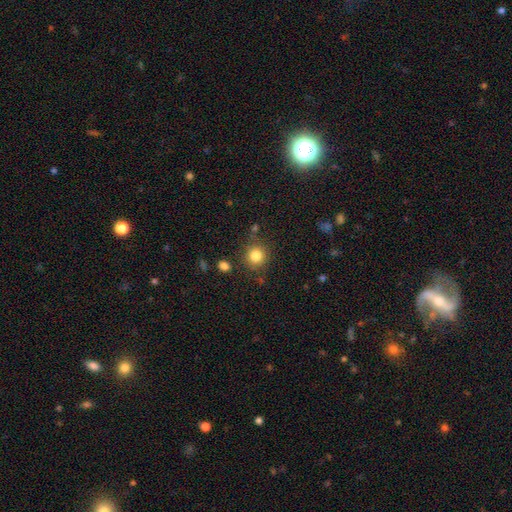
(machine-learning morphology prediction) Q: Smooth or featured?
A: smooth (83%); runner-up: star or artifact (11%)
Q: How rounded?
A: round (90%); runner-up: in between (9%)
Q: Merging?
A: none (82%); runner-up: minor disturbance (10%)